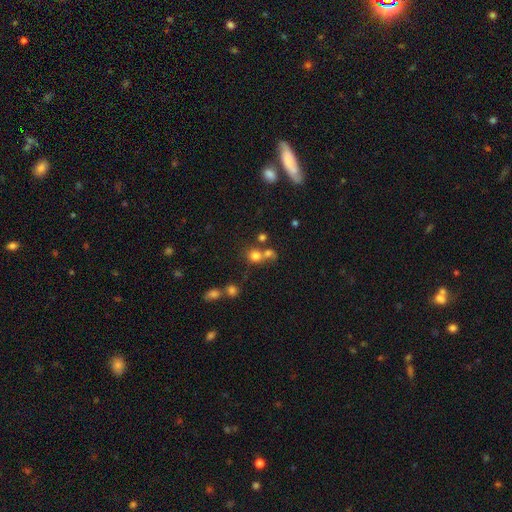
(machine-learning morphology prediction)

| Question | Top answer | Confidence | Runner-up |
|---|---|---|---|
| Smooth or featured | smooth | 73% | star or artifact (16%) |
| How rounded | round | 83% | in between (15%) |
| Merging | none | 45% | merger (42%) |